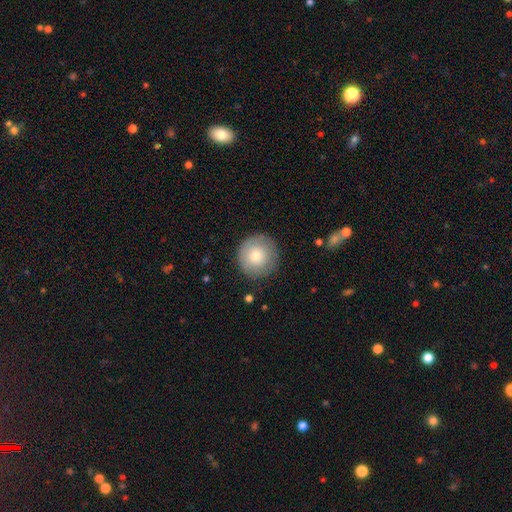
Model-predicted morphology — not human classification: Smooth or featured?
  - smooth: 76% *
  - featured or disk: 17%
  - star or artifact: 7%
How rounded?
  - round: 95% *
  - in between: 4%
  - cigar-shaped: 1%
Merging?
  - none: 85% *
  - minor disturbance: 11%
  - major disturbance: 3%
  - merger: 1%